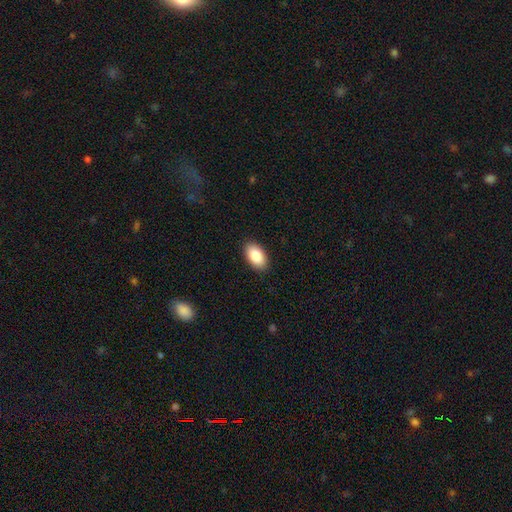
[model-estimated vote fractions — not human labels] A smooth galaxy with no disk features (87%) that is in between round and cigar-shaped (94%).

Vote fractions:
- Smooth or featured? smooth: 87% / star or artifact: 6% / featured or disk: 6%
- How rounded? in between: 94% / round: 4% / cigar-shaped: 2%
- Merging? none: 90% / minor disturbance: 7% / major disturbance: 2% / merger: 1%